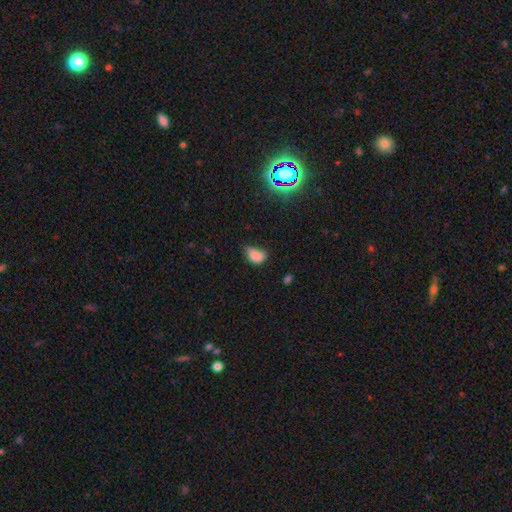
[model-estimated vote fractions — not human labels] smooth_or_featured: smooth (p=0.76) [alt: star or artifact p=0.14]
how_rounded: in between (p=0.80) [alt: round p=0.18]
merging: minor disturbance (p=0.45) [alt: none p=0.32]